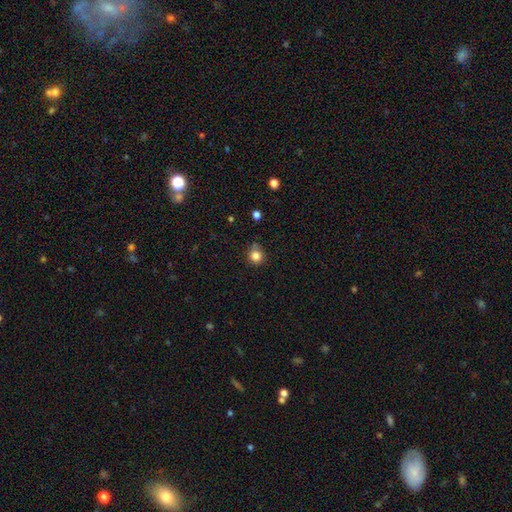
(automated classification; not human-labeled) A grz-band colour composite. It shows a smooth galaxy with no disk features (83%) that is round (89%). Merging: none (72%).